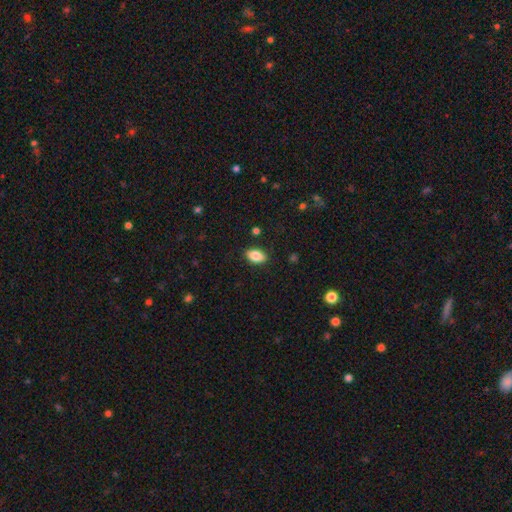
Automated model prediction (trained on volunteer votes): smooth_or_featured: smooth (p=0.84) [alt: featured or disk p=0.08]
how_rounded: in between (p=0.90) [alt: round p=0.06]
merging: none (p=0.87) [alt: minor disturbance p=0.10]